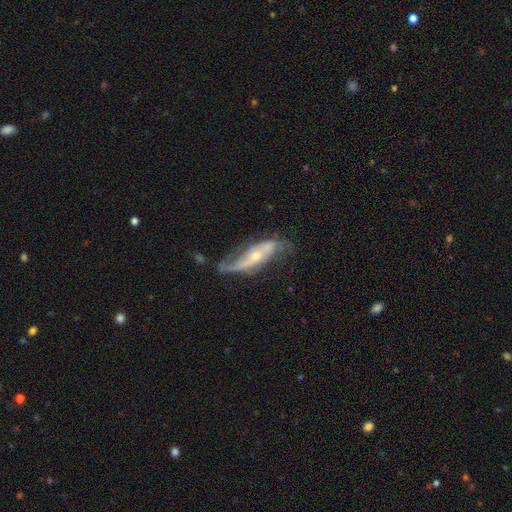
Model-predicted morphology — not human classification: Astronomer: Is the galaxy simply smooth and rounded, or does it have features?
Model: featured or disk — 82%.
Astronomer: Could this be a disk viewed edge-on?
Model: no — 81%.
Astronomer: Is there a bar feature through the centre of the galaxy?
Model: no — 48% (runner-up: weak, 28%).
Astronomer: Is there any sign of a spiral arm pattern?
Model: yes — 90%.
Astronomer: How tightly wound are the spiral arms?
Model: loose — 67%.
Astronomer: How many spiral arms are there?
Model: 2 — 83%.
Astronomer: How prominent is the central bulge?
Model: small — 62%.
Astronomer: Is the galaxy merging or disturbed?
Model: none — 52%.